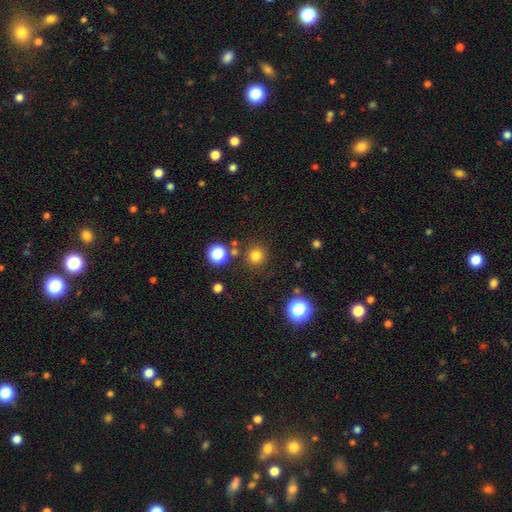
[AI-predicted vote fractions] smooth-or-featured: smooth: 78% | star or artifact: 17% | featured or disk: 5%
  how-rounded: round: 94% | in between: 5% | cigar-shaped: 1%
  merging: none: 86% | minor disturbance: 7% | merger: 4% | major disturbance: 3%